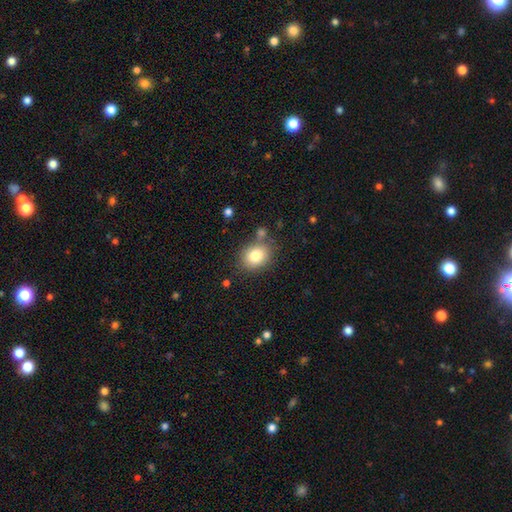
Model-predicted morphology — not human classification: Q: Smooth or featured?
A: smooth (80%); runner-up: featured or disk (10%)
Q: How rounded?
A: round (53%); runner-up: in between (46%)
Q: Merging?
A: none (74%); runner-up: minor disturbance (14%)